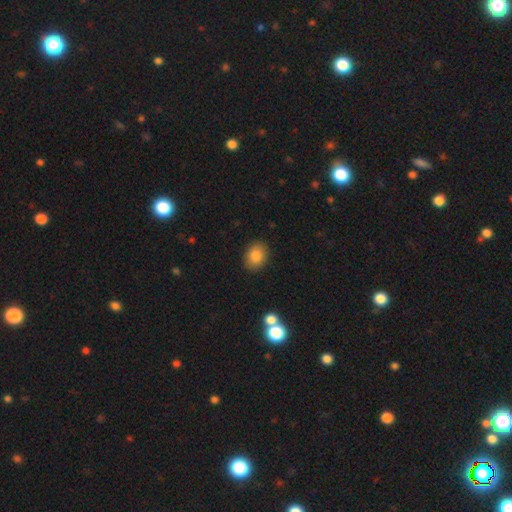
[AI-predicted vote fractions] The model was most divided on "how rounded": in between: 52%, round: 47%, cigar-shaped: 1%. More confident: merging — none (89%); smooth or featured — smooth (83%).